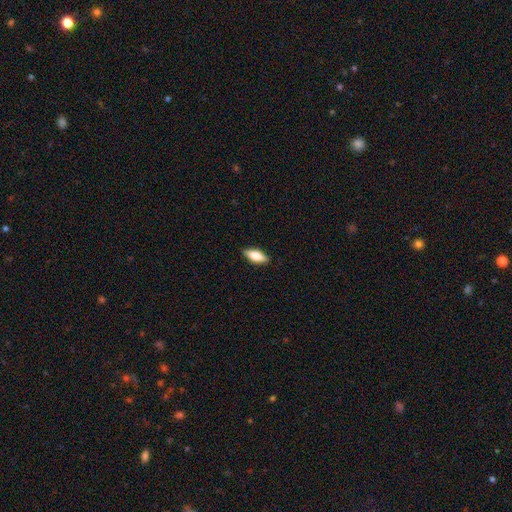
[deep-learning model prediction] The model was most divided on "smooth or featured": smooth: 70%, featured or disk: 23%, star or artifact: 7%. More confident: merging — none (88%); how rounded — in between (74%).